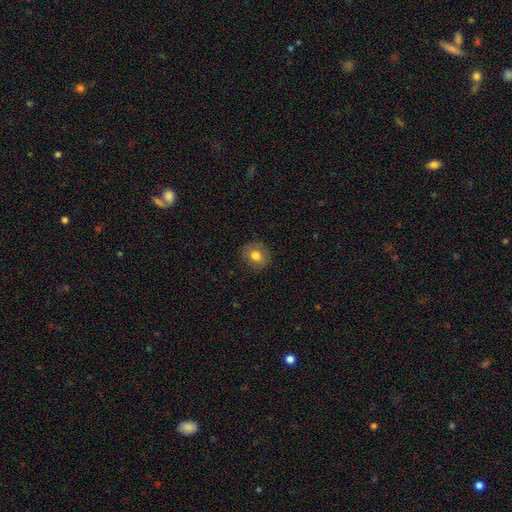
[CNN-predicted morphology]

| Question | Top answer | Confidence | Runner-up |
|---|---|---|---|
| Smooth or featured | smooth | 76% | featured or disk (15%) |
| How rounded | round | 69% | in between (30%) |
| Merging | none | 83% | minor disturbance (12%) |